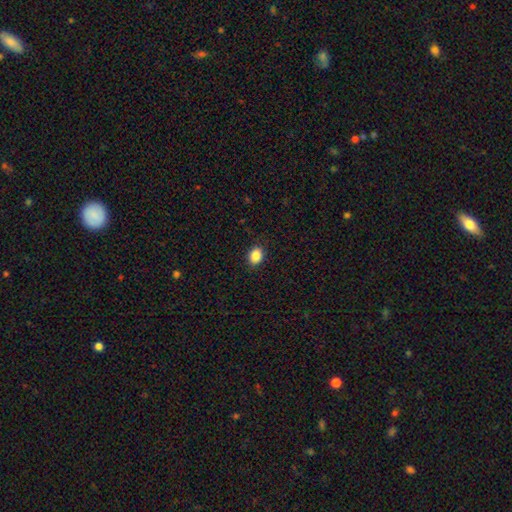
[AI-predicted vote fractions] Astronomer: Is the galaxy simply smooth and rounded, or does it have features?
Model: smooth — 87%.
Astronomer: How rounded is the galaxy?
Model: in between — 59% (runner-up: round, 40%).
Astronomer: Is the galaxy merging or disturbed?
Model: none — 88%.